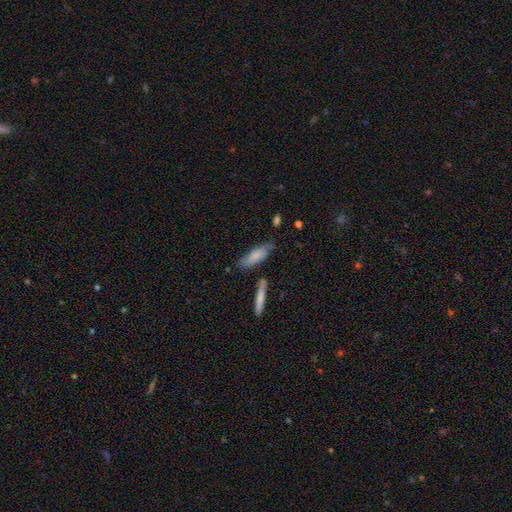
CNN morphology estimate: This appears to be a smooth galaxy with no disk features (72%) that is in between round and cigar-shaped (53%). Merging: none (62%).